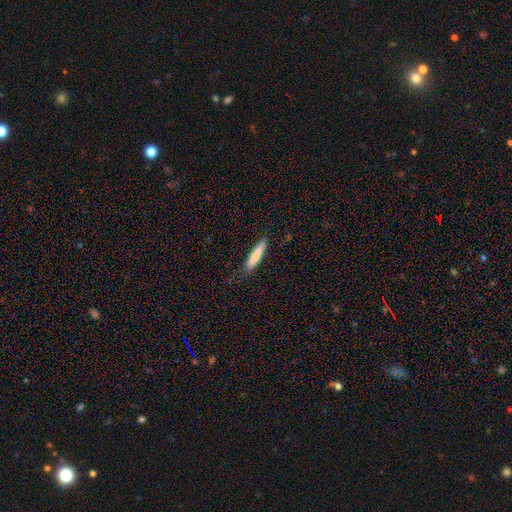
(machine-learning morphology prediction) This is clearly a smooth galaxy (80%). How rounded: clearly cigar-shaped (89%). Merging: likely none (80%).